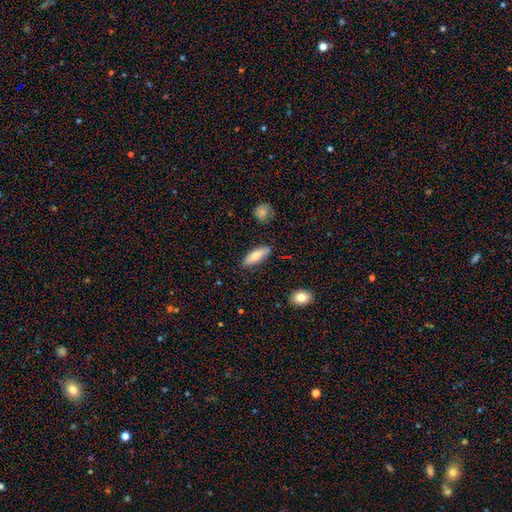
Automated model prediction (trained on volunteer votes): A smooth galaxy with no disk features (79%) that is in between round and cigar-shaped (53%). Merging: none (82%).